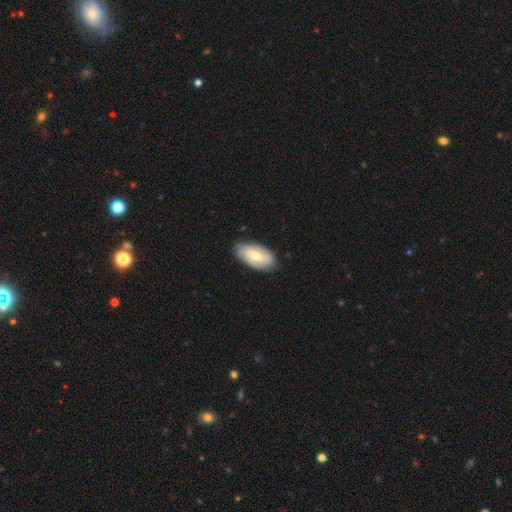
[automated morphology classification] The model was most divided on "smooth or featured": smooth: 51%, featured or disk: 43%, star or artifact: 6%. More confident: how rounded — in between (93%); merging — none (79%).